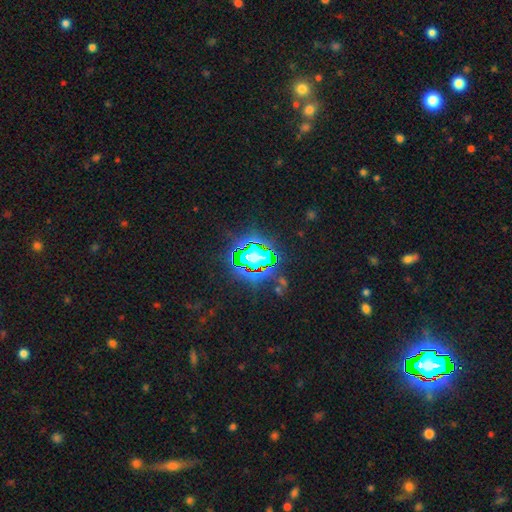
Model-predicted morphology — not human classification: Smooth or featured?
  - star or artifact: 75% *
  - smooth: 15%
  - featured or disk: 10%